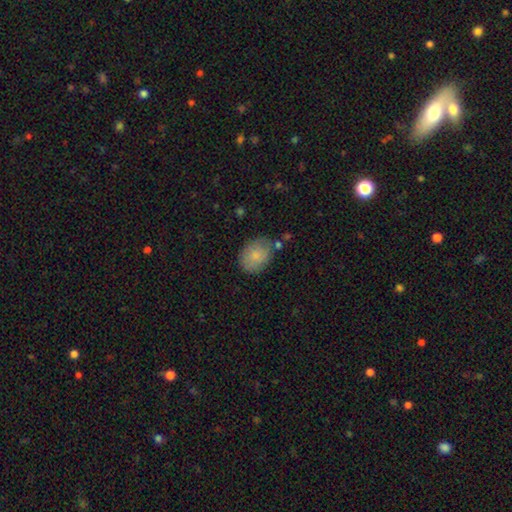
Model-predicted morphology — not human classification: The model was most divided on "how rounded": in between: 65%, round: 34%, cigar-shaped: 1%. More confident: smooth or featured — smooth (80%); merging — none (71%).